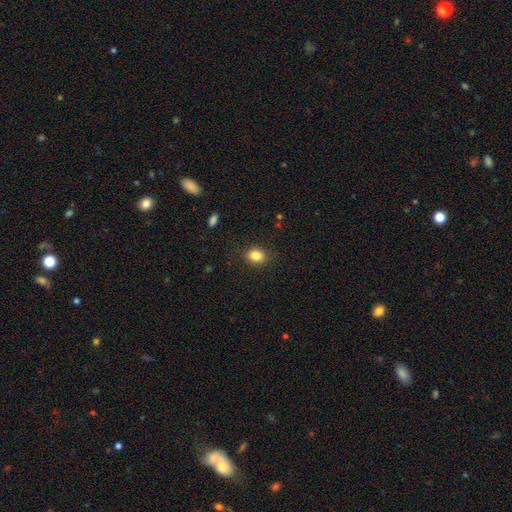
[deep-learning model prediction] This appears to be a smooth galaxy with no disk features (83%) that is in between round and cigar-shaped (56%). Merging: none (86%).